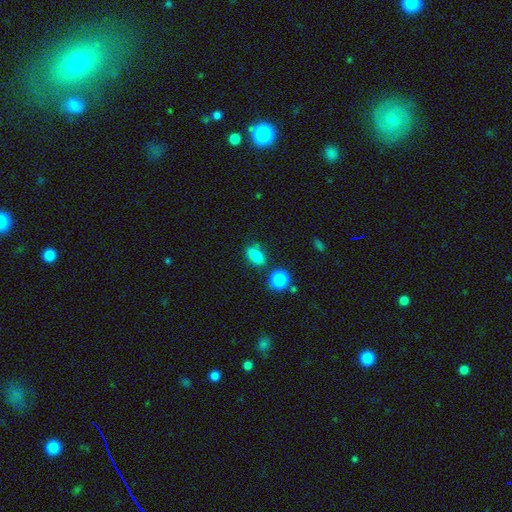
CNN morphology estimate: Smooth or featured: smooth — 84% (star or artifact — 10%)
How rounded: in between — 80% (round — 13%)
Merging: none — 74% (minor disturbance — 15%)